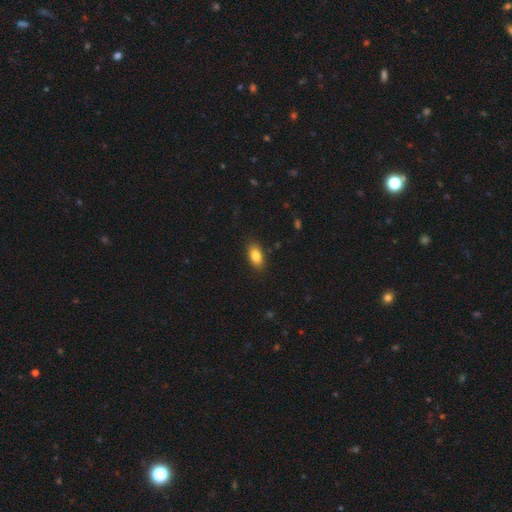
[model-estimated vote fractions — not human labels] This is clearly a smooth galaxy (85%). How rounded: clearly in between (90%). Merging: clearly none (87%).